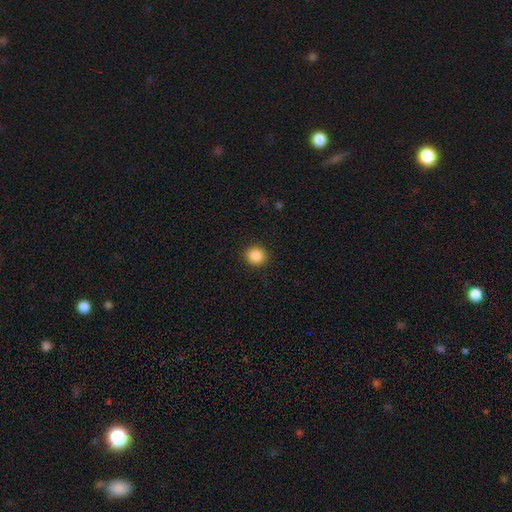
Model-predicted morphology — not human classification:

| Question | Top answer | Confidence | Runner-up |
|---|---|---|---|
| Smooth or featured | smooth | 87% | star or artifact (10%) |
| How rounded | round | 88% | in between (11%) |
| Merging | none | 91% | minor disturbance (6%) |